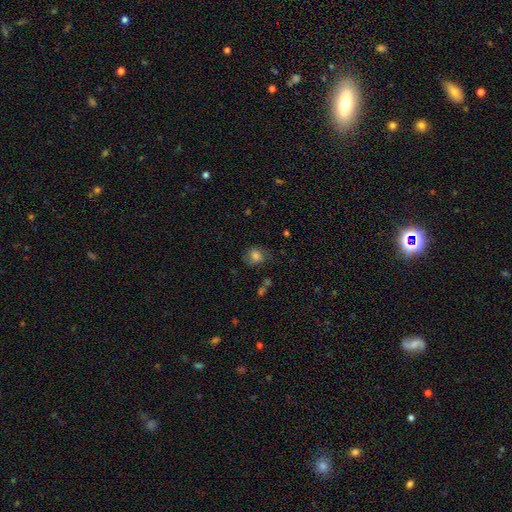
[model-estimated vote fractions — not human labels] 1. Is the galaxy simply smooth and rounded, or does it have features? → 66% smooth, 22% featured or disk, 12% star or artifact.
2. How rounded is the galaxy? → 70% round, 29% in between, 1% cigar-shaped.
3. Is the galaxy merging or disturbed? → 66% none, 22% minor disturbance, 10% major disturbance, 2% merger.